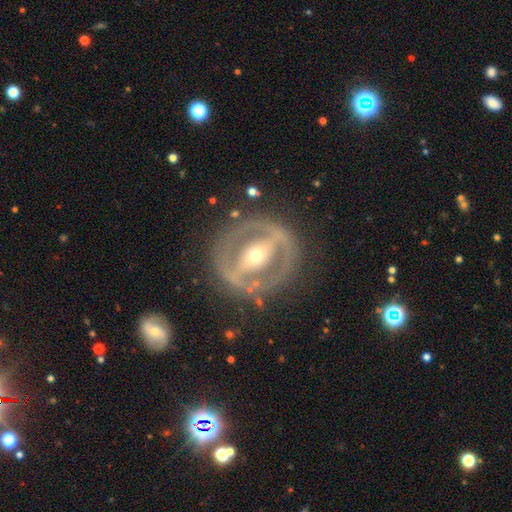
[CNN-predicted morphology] This appears to be a featured or disk galaxy (79%) with a strong bar (59%), no spiral arms (69%) and a moderate central bulge (52%). Merging: none (75%).